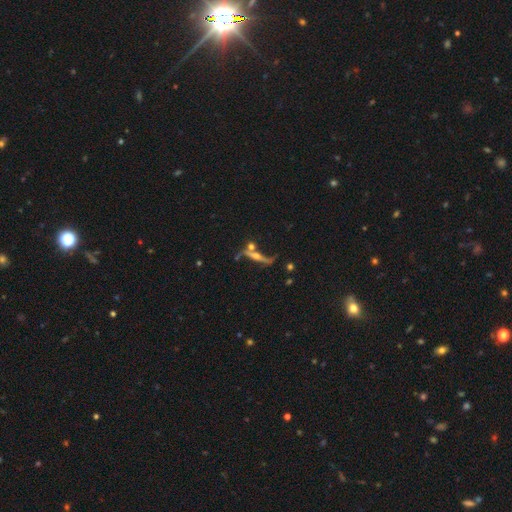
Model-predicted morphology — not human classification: The model was most divided on "merging": none: 55%, merger: 18%, minor disturbance: 17%, major disturbance: 9%. More confident: edge-on bulge — rounded (88%); smooth or featured — featured or disk (78%); edge-on disk — yes (75%).